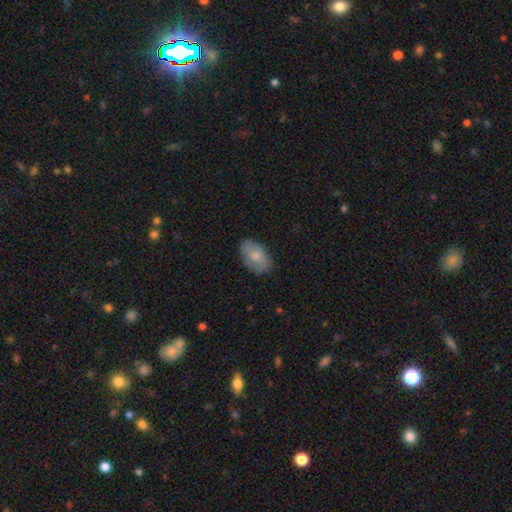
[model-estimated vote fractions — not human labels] This is likely a smooth galaxy (72%). How rounded: clearly in between (90%). Merging: clearly none (81%).